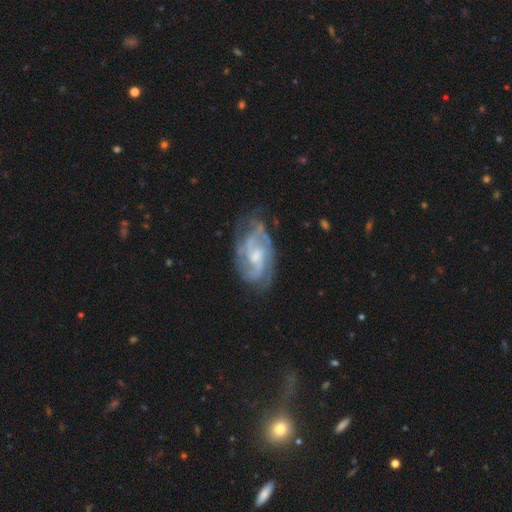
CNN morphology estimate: Smooth or featured? Predicted: featured or disk (p=0.86). Edge-on disk? Predicted: no (p=0.96). Bar? Predicted: no (p=0.48). Spiral arms? Predicted: yes (p=0.95). Spiral winding? Predicted: tight (p=0.45). Spiral arm count? Predicted: 2 (p=0.46). Bulge size? Predicted: moderate (p=0.49). Merging? Predicted: none (p=0.68).